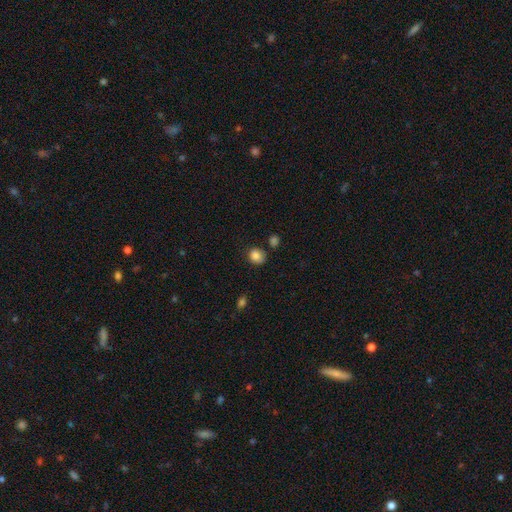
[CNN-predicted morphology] Q: Smooth or featured?
A: smooth (85%); runner-up: star or artifact (10%)
Q: How rounded?
A: round (67%); runner-up: in between (32%)
Q: Merging?
A: none (74%); runner-up: minor disturbance (17%)